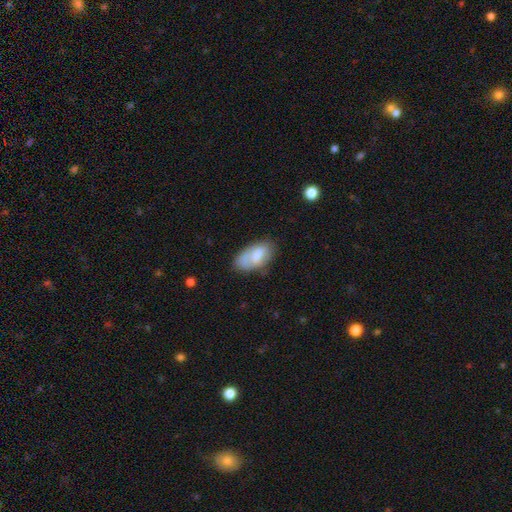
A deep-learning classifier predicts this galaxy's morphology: The model was most divided on "merging": none: 51%, minor disturbance: 30%, major disturbance: 13%, merger: 7%. More confident: how rounded — in between (92%); smooth or featured — smooth (70%).